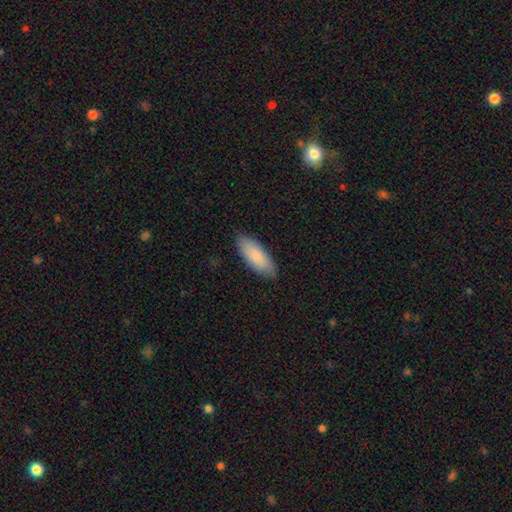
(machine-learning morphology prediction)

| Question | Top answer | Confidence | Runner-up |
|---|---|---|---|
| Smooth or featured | smooth | 87% | featured or disk (8%) |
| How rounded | in between | 75% | cigar-shaped (24%) |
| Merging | none | 86% | minor disturbance (11%) |